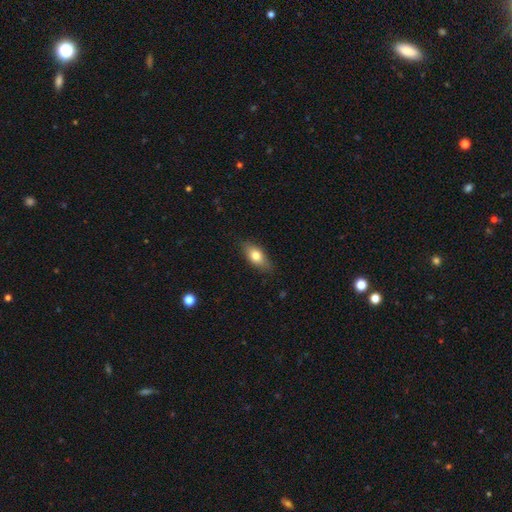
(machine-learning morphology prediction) smooth-or-featured: smooth: 75% | featured or disk: 18% | star or artifact: 7%
  how-rounded: in between: 83% | cigar-shaped: 11% | round: 6%
  merging: none: 81% | minor disturbance: 15% | major disturbance: 3% | merger: 1%